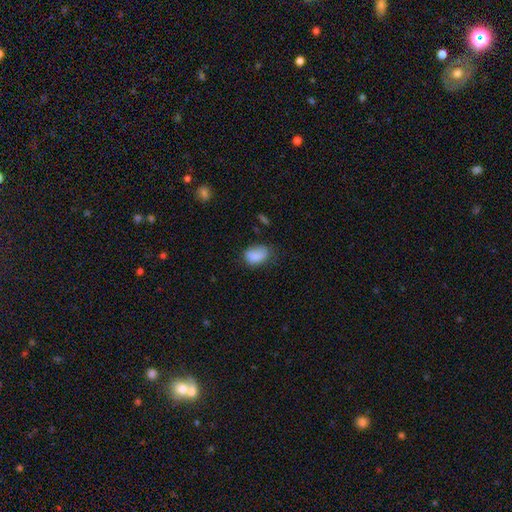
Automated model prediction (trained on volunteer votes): A smooth galaxy with no disk features (86%) that is in between round and cigar-shaped (85%). Merging: none (60%).